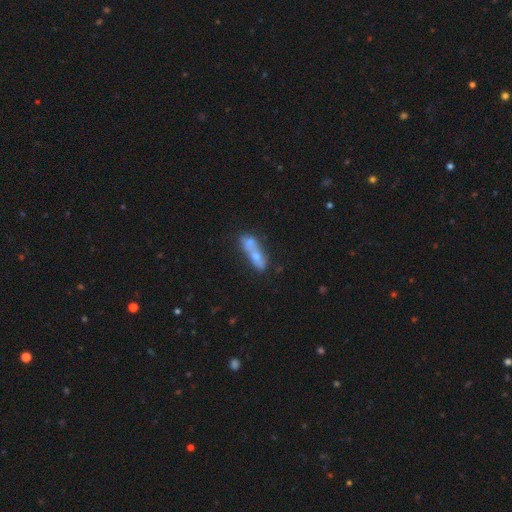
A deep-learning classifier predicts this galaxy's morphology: smooth 52%, featured or disk 38%, star or artifact 10%. Down the decision tree: how rounded — in between (52%); merging — merger (53%).